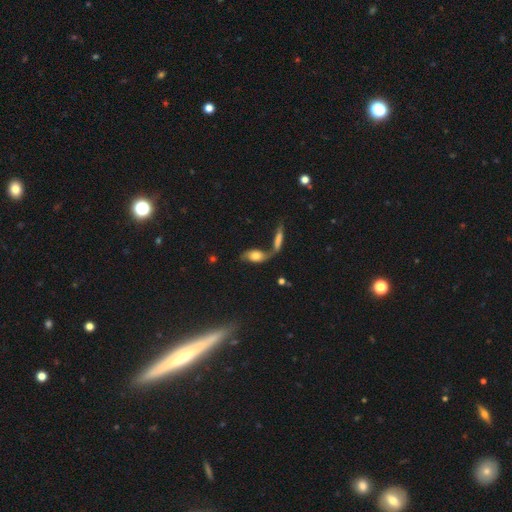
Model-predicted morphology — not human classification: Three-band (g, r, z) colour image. It shows a smooth galaxy with no disk features (53%) that is in between round and cigar-shaped (80%). Merging: merger (45%).